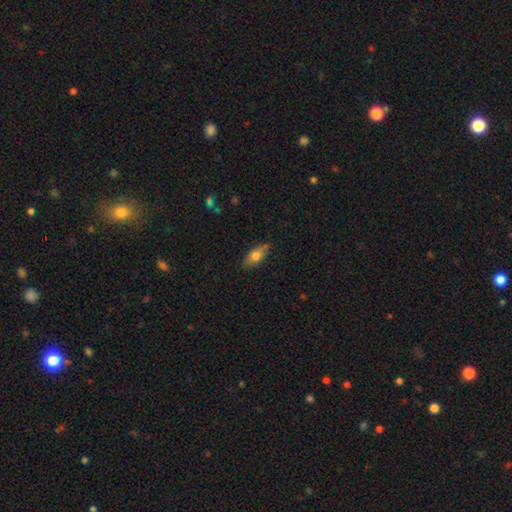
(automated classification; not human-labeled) This is likely a smooth galaxy (72%). How rounded: clearly in between (81%). Merging: likely none (73%).